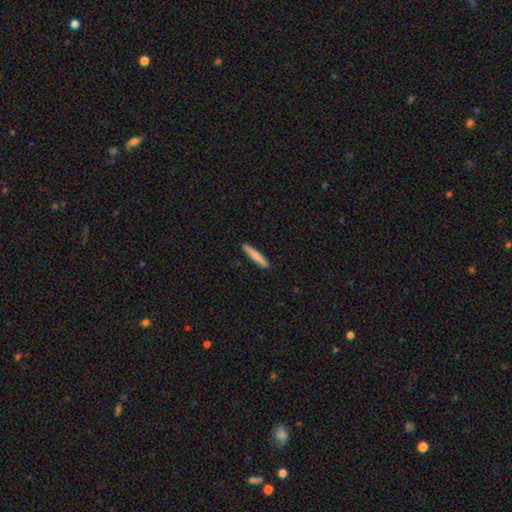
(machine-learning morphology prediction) Smooth or featured? smooth (76%)
How rounded? cigar-shaped (94%)
Merging? none (91%)